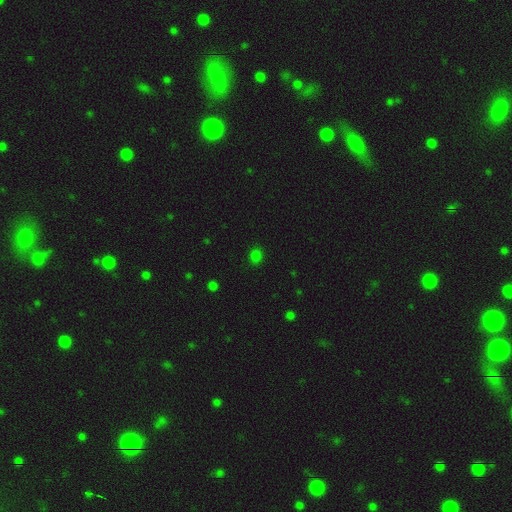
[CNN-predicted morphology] Smooth or featured: smooth — 77% (star or artifact — 20%)
How rounded: round — 67% (in between — 32%)
Merging: none — 88% (minor disturbance — 8%)